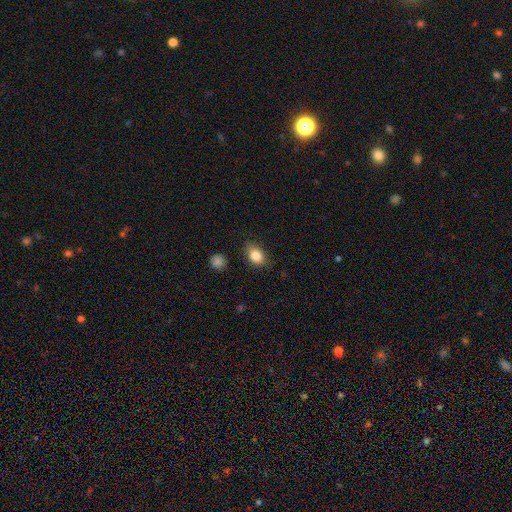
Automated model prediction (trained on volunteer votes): A smooth galaxy with no disk features (84%) that is in between round and cigar-shaped (73%).

Vote fractions:
- Smooth or featured? smooth: 84% / star or artifact: 9% / featured or disk: 7%
- How rounded? in between: 73% / round: 25% / cigar-shaped: 2%
- Merging? none: 78% / minor disturbance: 17% / major disturbance: 4% / merger: 2%